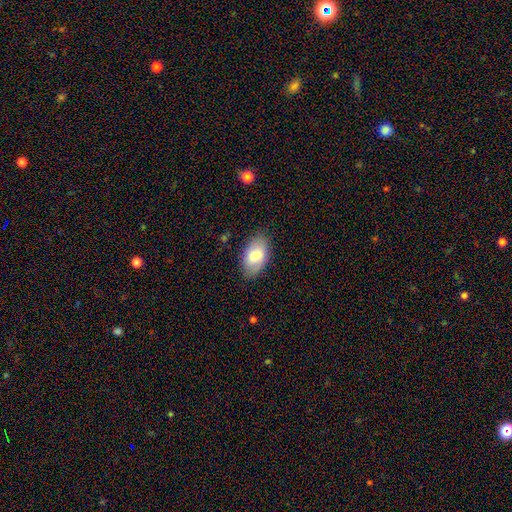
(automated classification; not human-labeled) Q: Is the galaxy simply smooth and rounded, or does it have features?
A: smooth — 77%.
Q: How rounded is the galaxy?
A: in between — 95%.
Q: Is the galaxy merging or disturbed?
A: none — 82%.